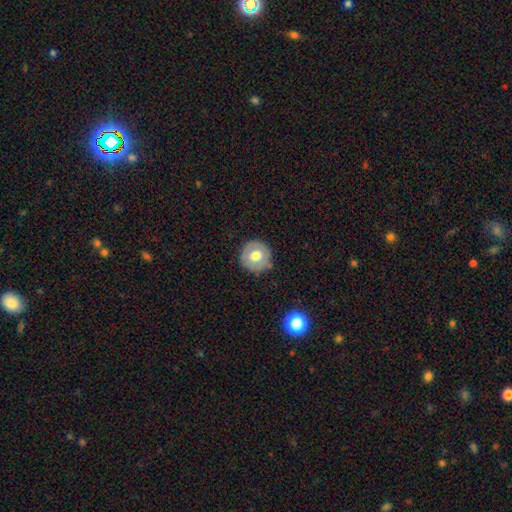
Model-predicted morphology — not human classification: smooth 62%, featured or disk 30%, star or artifact 8%. Down the decision tree: how rounded — round (94%); merging — none (84%).